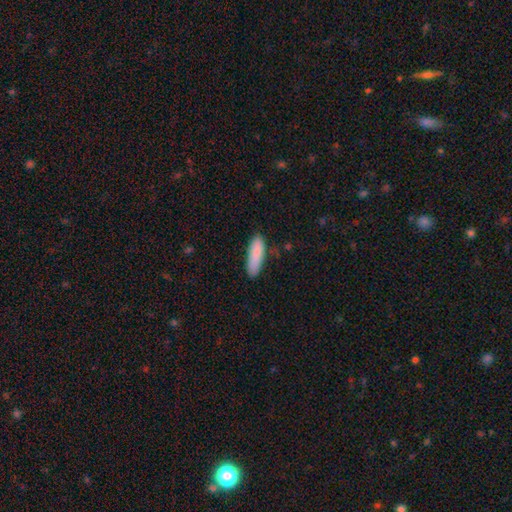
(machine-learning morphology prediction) smooth_or_featured: smooth (p=0.87) [alt: featured or disk p=0.07]
how_rounded: in between (p=0.50) [alt: cigar-shaped p=0.49]
merging: none (p=0.75) [alt: minor disturbance p=0.19]